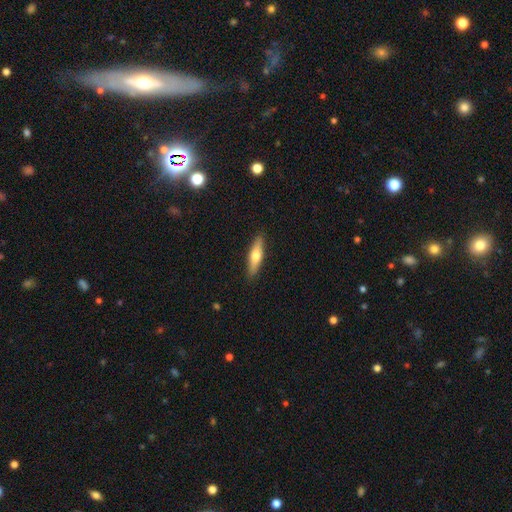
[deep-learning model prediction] Smooth or featured: smooth — 60% (featured or disk — 34%)
How rounded: cigar-shaped — 64% (in between — 33%)
Merging: none — 90% (minor disturbance — 8%)